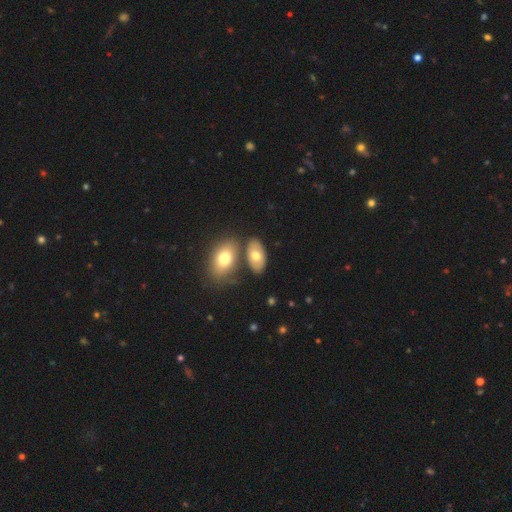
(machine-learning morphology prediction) This appears to be a smooth galaxy with no disk features (68%) that is in between round and cigar-shaped (93%). Merging: none (66%).